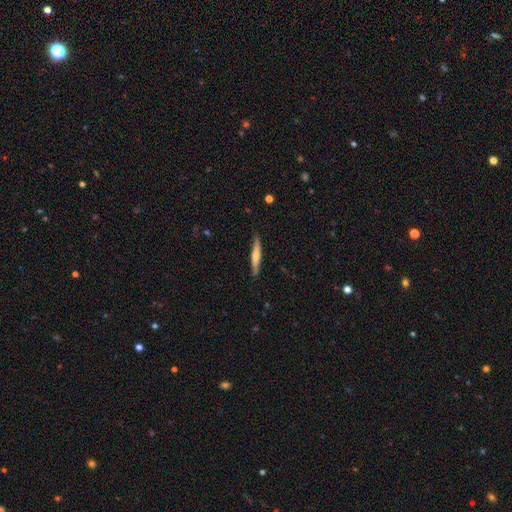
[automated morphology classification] type=smooth (57%); roundness=cigar-shaped (94%); merging=none (87%).